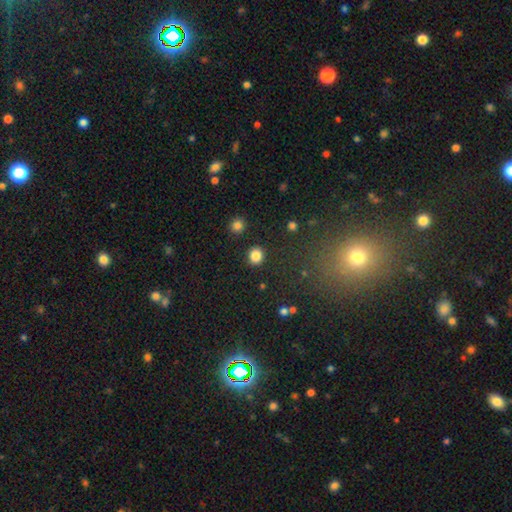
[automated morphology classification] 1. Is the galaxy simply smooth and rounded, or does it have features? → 85% smooth, 11% star or artifact, 4% featured or disk.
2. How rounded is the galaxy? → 83% round, 16% in between, 1% cigar-shaped.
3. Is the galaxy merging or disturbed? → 90% none, 6% minor disturbance, 2% major disturbance, 2% merger.